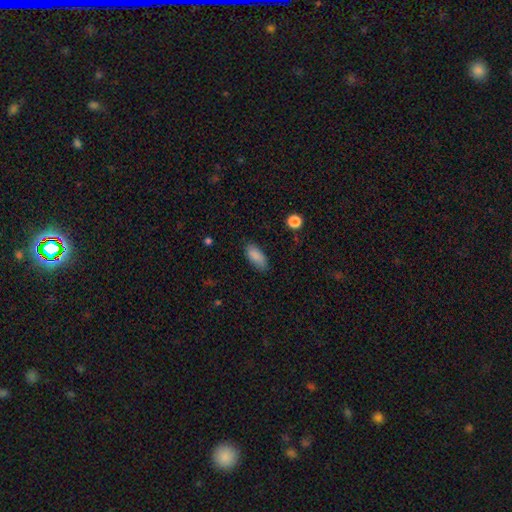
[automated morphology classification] The model was most divided on "merging": none: 79%, minor disturbance: 17%, major disturbance: 3%, merger: 1%. More confident: smooth or featured — smooth (88%); how rounded — in between (85%).